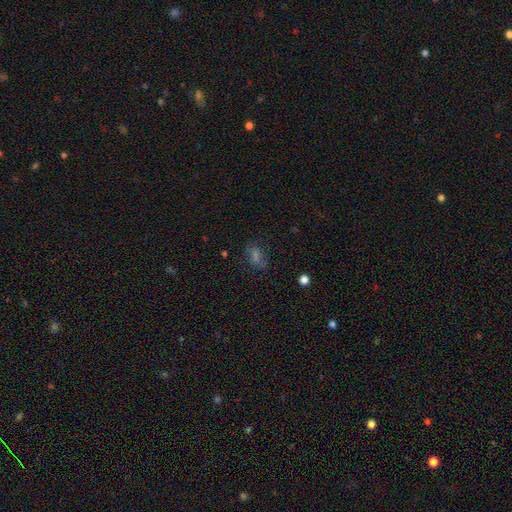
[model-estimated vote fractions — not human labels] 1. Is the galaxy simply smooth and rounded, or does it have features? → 41% smooth, 30% star or artifact, 29% featured or disk.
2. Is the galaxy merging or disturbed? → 69% none, 18% minor disturbance, 11% major disturbance, 3% merger.